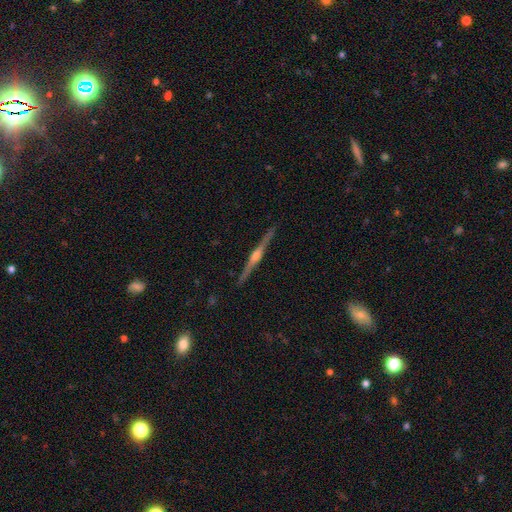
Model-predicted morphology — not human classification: type=featured or disk (86%); edge-on=yes (99%); edge-on bulge=rounded (91%); merging=none (91%).